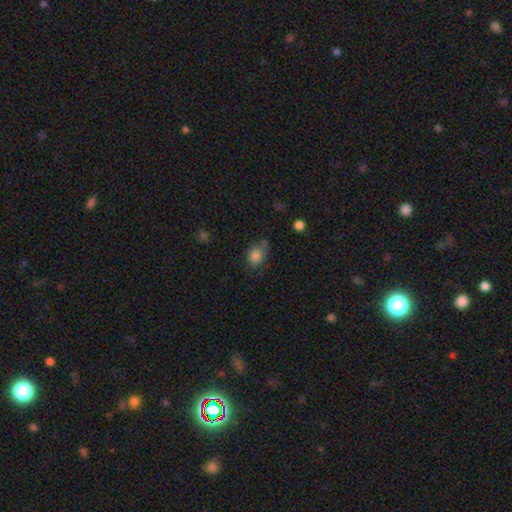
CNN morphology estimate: Smooth or featured? smooth (83%)
How rounded? round (57%)
Merging? none (57%)